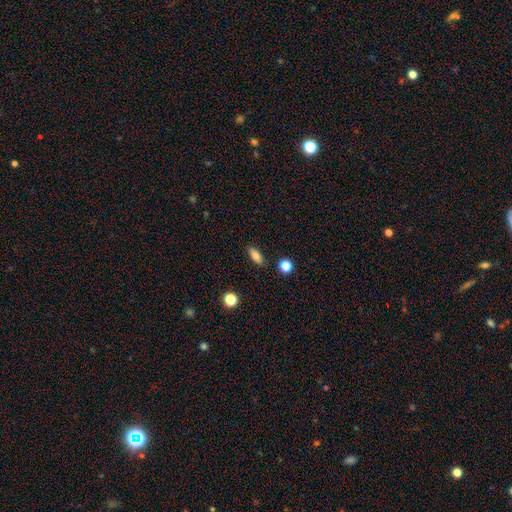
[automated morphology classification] smooth 77%, featured or disk 14%, star or artifact 9%. Down the decision tree: how rounded — in between (75%); merging — none (87%).